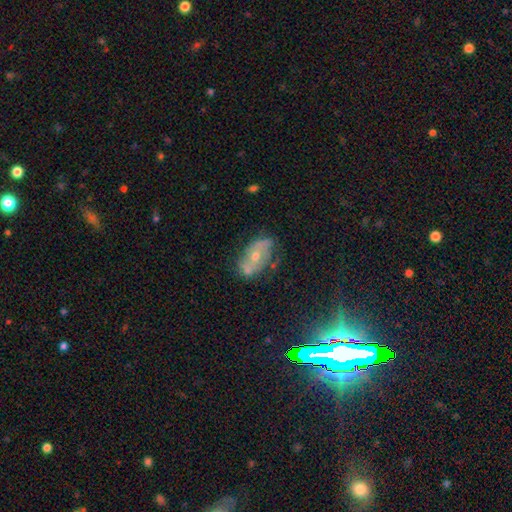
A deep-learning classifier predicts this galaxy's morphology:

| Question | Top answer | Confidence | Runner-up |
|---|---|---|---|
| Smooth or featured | featured or disk | 62% | smooth (23%) |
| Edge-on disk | no | 91% | yes (9%) |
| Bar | no | 64% | weak (25%) |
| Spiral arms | yes | 66% | no (34%) |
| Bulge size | moderate | 50% | small (46%) |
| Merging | none | 61% | minor disturbance (23%) |